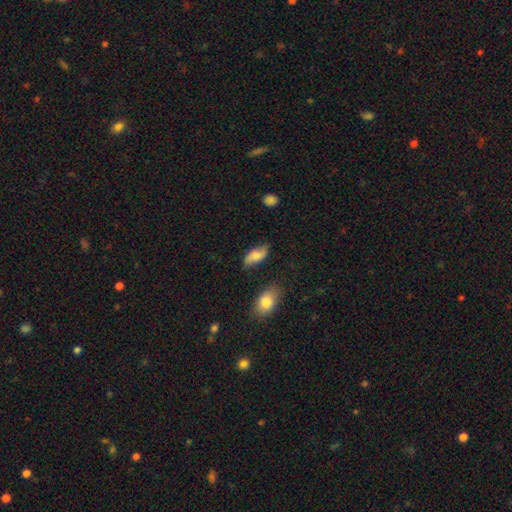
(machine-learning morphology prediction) smooth 65%, featured or disk 28%, star or artifact 7%. Down the decision tree: how rounded — in between (88%); merging — none (73%).